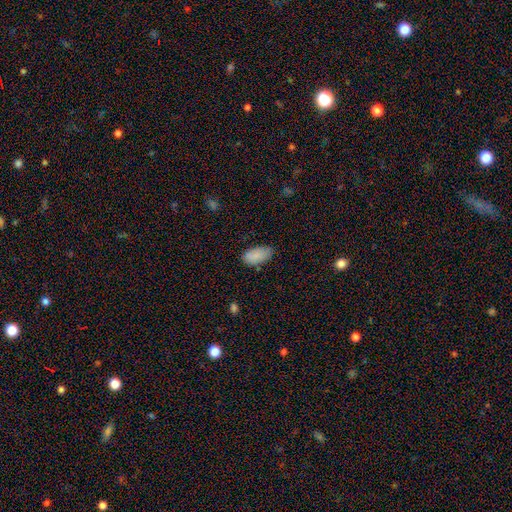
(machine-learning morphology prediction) Smooth or featured? smooth (86%)
How rounded? in between (93%)
Merging? none (60%)